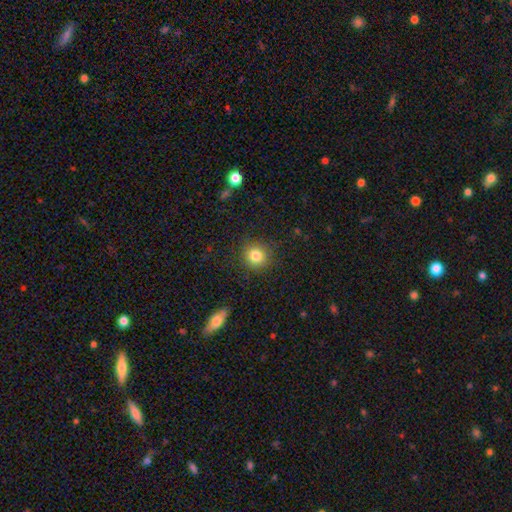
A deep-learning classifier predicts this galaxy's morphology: Smooth or featured? smooth (83%)
How rounded? round (90%)
Merging? none (88%)